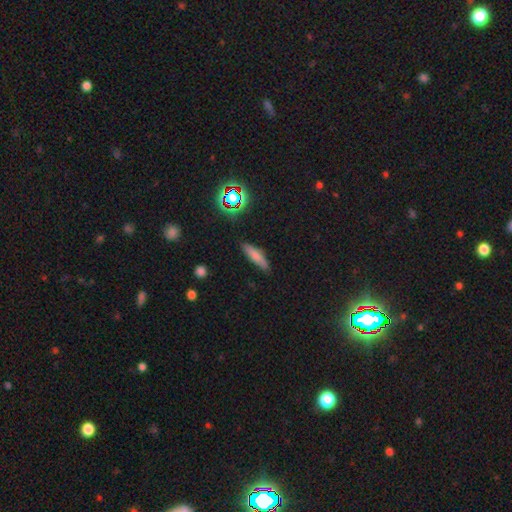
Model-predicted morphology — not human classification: smooth-or-featured: smooth: 72% | featured or disk: 16% | star or artifact: 12%
  how-rounded: cigar-shaped: 65% | in between: 33% | round: 3%
  merging: none: 80% | minor disturbance: 15% | major disturbance: 3% | merger: 2%